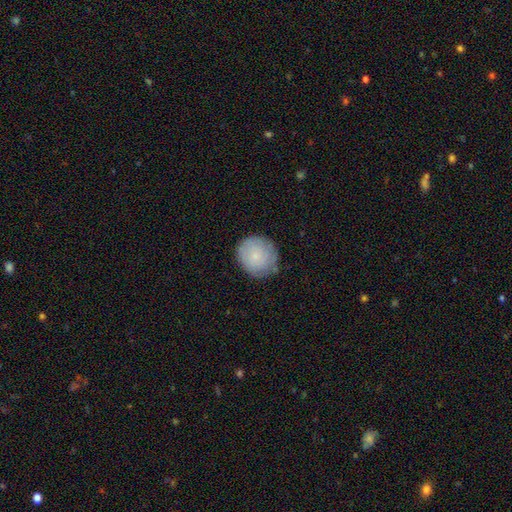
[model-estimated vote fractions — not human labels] Morphology: type=smooth (73%); roundness=round (87%); merging=none (76%).